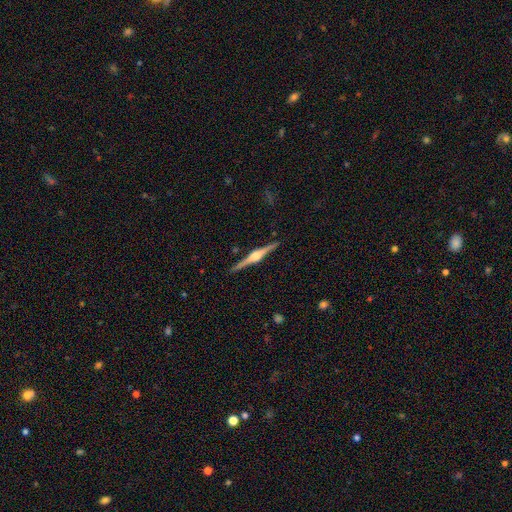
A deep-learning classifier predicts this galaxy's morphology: Smooth or featured?
  - featured or disk: 86% *
  - smooth: 9%
  - star or artifact: 5%
Edge-on disk?
  - yes: 99% *
  - no: 1%
Edge-on bulge?
  - rounded: 85% *
  - boxy: 13%
  - none: 3%
Merging?
  - none: 91% *
  - minor disturbance: 6%
  - major disturbance: 1%
  - merger: 1%